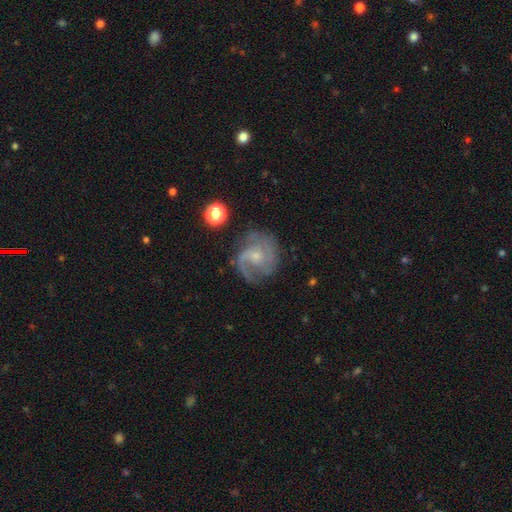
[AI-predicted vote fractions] A featured or disk galaxy (85%) with no bar (62%), 2 (59%) medium (50%) spiral arms (96%) and a small central bulge (64%). Merging: none (70%).